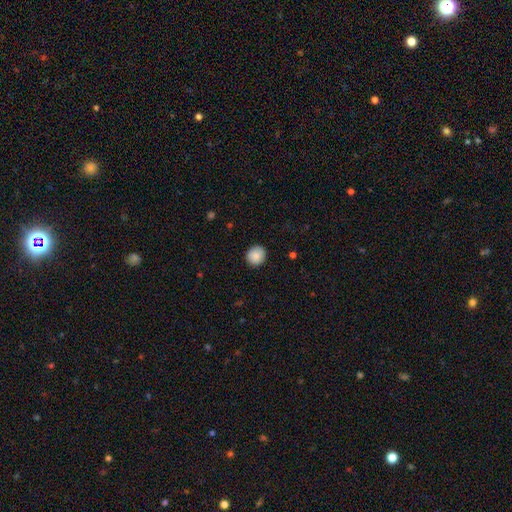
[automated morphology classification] Smooth or featured? smooth (88%)
How rounded? round (89%)
Merging? none (90%)